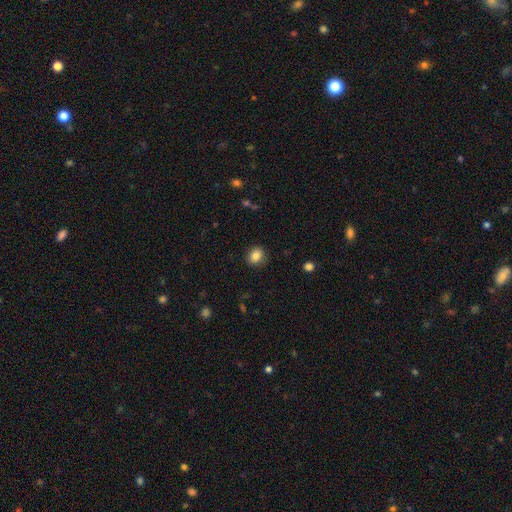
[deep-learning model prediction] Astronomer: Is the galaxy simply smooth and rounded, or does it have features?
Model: smooth — 85%.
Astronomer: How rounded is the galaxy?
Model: round — 60% (runner-up: in between, 39%).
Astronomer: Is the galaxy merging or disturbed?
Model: none — 88%.